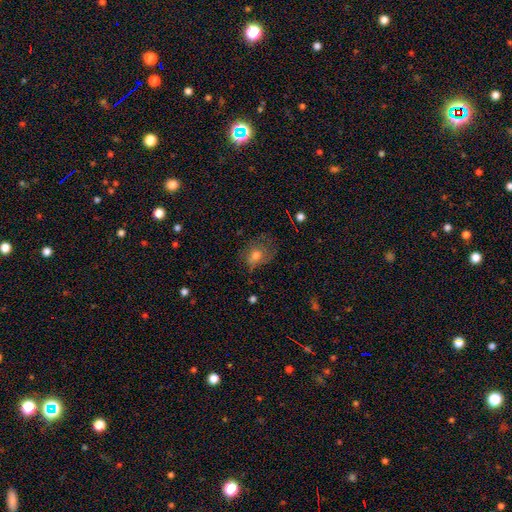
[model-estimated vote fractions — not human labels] Smooth or featured? Predicted: smooth (p=0.61). How rounded? Predicted: in between (p=0.55). Merging? Predicted: none (p=0.48).